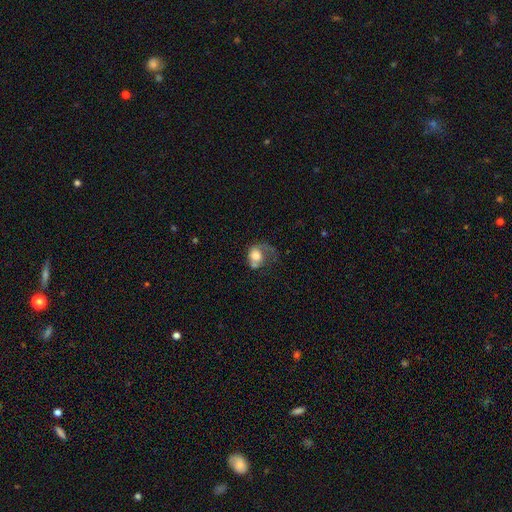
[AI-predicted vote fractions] smooth_or_featured: smooth (p=0.61) [alt: featured or disk p=0.31]
how_rounded: round (p=0.54) [alt: in between p=0.45]
merging: major disturbance (p=0.43) [alt: none p=0.23]